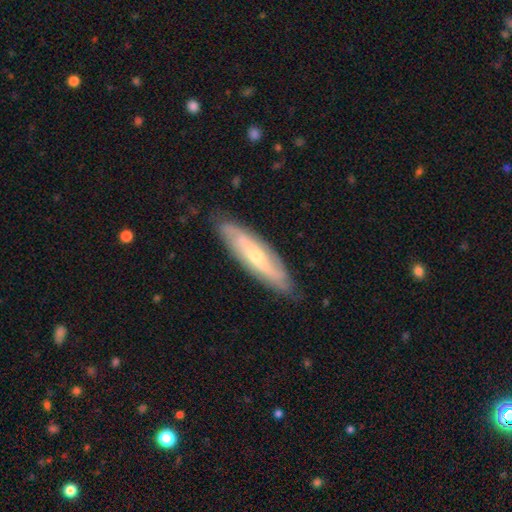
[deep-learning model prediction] Smooth or featured? Predicted: featured or disk (p=0.64). Edge-on disk? Predicted: no (p=0.61). Merging? Predicted: none (p=0.83).